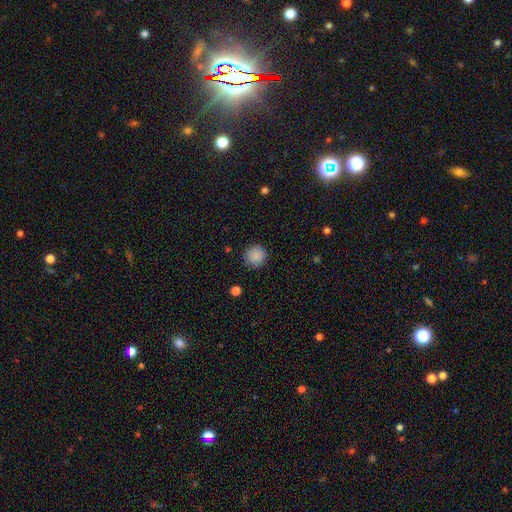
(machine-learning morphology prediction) This appears to be a smooth galaxy with no disk features (88%) that is round (95%). Merging: none (90%).